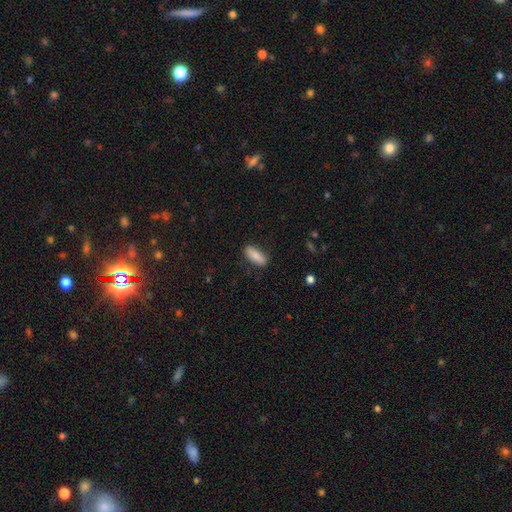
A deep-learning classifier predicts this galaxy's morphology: A smooth galaxy with no disk features (81%) that is in between round and cigar-shaped (63%).

Vote fractions:
- Smooth or featured? smooth: 81% / featured or disk: 13% / star or artifact: 6%
- How rounded? in between: 63% / cigar-shaped: 35% / round: 2%
- Merging? none: 81% / minor disturbance: 15% / major disturbance: 3% / merger: 1%